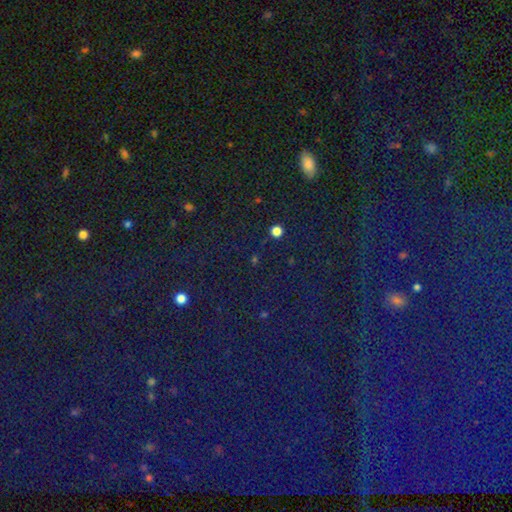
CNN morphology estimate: Smooth or featured?
  - star or artifact: 84% *
  - smooth: 9%
  - featured or disk: 7%